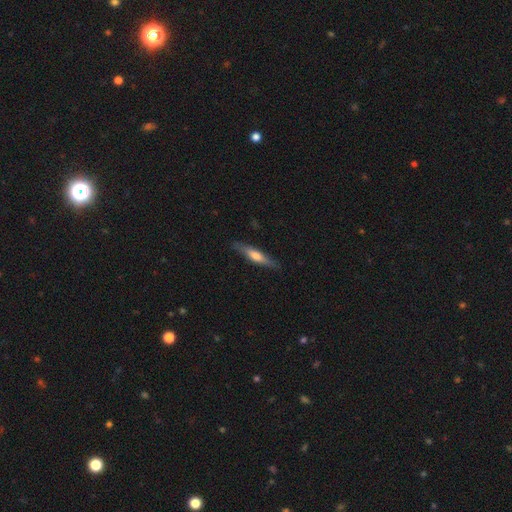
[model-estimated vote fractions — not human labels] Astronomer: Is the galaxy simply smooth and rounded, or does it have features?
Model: smooth — 49% (runner-up: featured or disk, 45%).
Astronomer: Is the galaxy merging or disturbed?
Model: none — 85%.